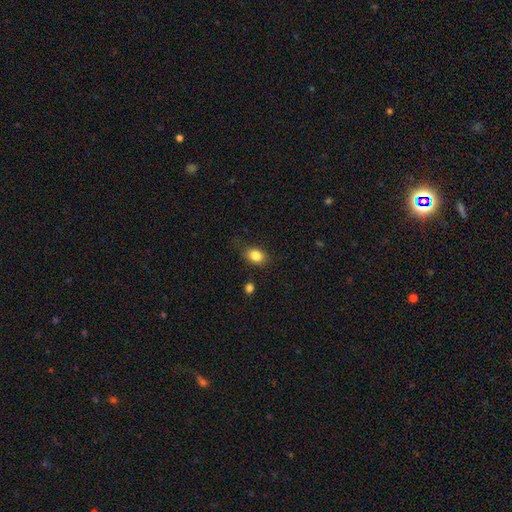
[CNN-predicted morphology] Smooth or featured? smooth (84%)
How rounded? in between (68%)
Merging? none (79%)